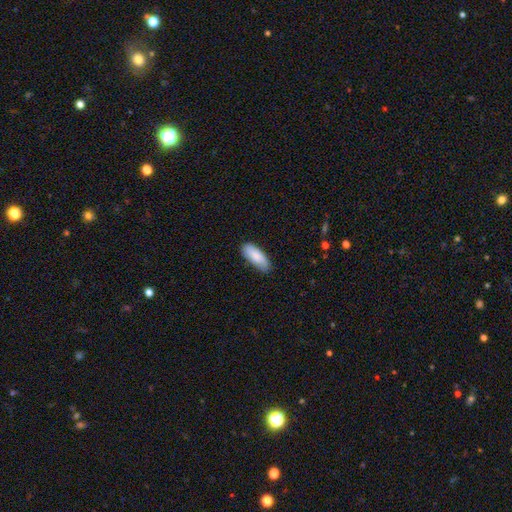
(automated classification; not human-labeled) Smooth or featured? Predicted: smooth (p=0.85). How rounded? Predicted: in between (p=0.76). Merging? Predicted: none (p=0.73).